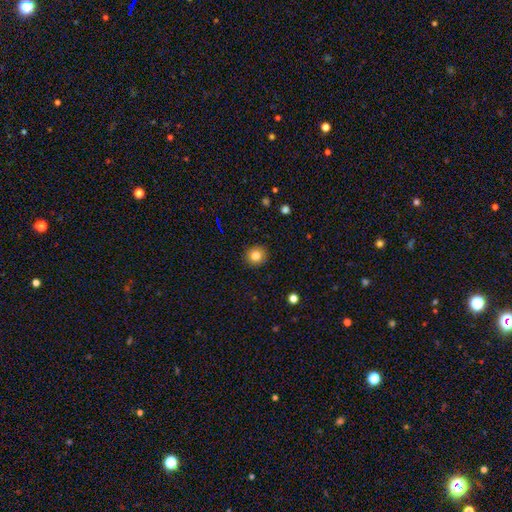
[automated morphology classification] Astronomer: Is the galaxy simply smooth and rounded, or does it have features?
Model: smooth — 81%.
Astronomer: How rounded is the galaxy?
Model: round — 89%.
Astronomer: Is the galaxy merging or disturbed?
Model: none — 91%.